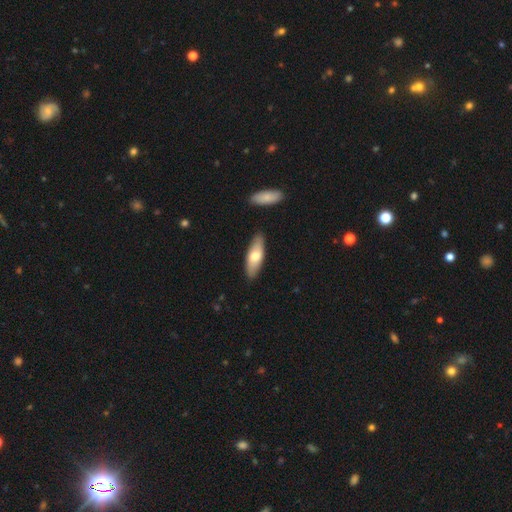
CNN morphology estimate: smooth 68%, featured or disk 27%, star or artifact 5%. Down the decision tree: how rounded — in between (66%); merging — none (87%).